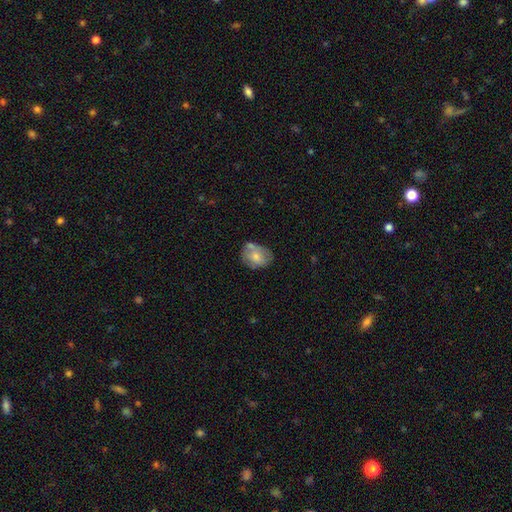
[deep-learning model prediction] A smooth galaxy with no disk features (69%) that is in between round and cigar-shaped (61%).

Vote fractions:
- Smooth or featured? smooth: 69% / featured or disk: 24% / star or artifact: 7%
- How rounded? in between: 61% / round: 38% / cigar-shaped: 1%
- Merging? none: 51% / minor disturbance: 26% / merger: 16% / major disturbance: 7%